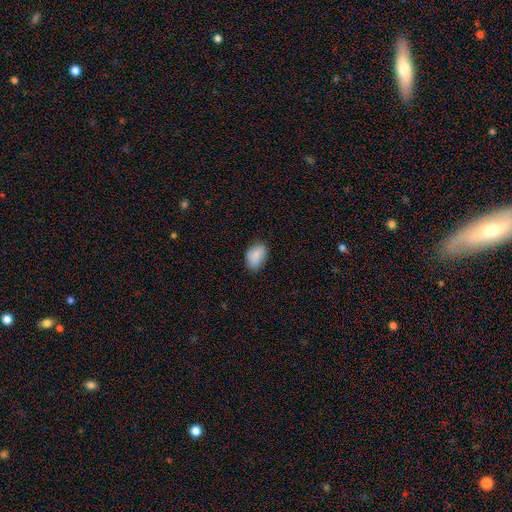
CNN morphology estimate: Smooth or featured: smooth — 86% (featured or disk — 8%)
How rounded: in between — 87% (round — 12%)
Merging: none — 79% (minor disturbance — 17%)